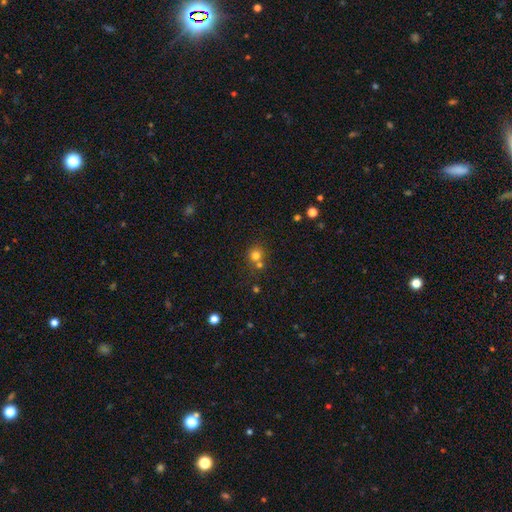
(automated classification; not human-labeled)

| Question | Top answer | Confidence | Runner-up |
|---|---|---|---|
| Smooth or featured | smooth | 76% | star or artifact (16%) |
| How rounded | round | 86% | in between (13%) |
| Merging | none | 55% | merger (33%) |